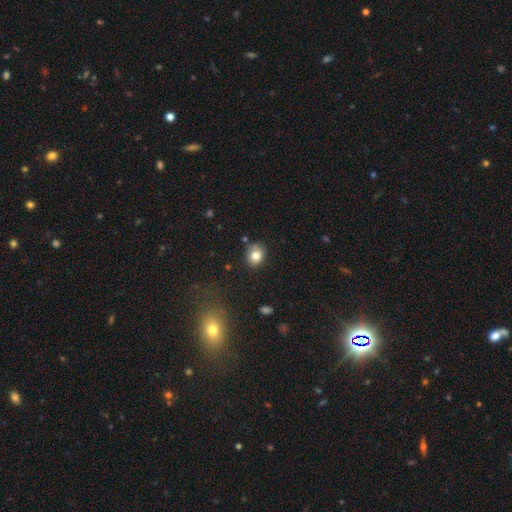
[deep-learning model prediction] smooth-or-featured: smooth: 79% | star or artifact: 11% | featured or disk: 10%
  how-rounded: round: 69% | in between: 30% | cigar-shaped: 1%
  merging: none: 76% | minor disturbance: 16% | merger: 5% | major disturbance: 3%